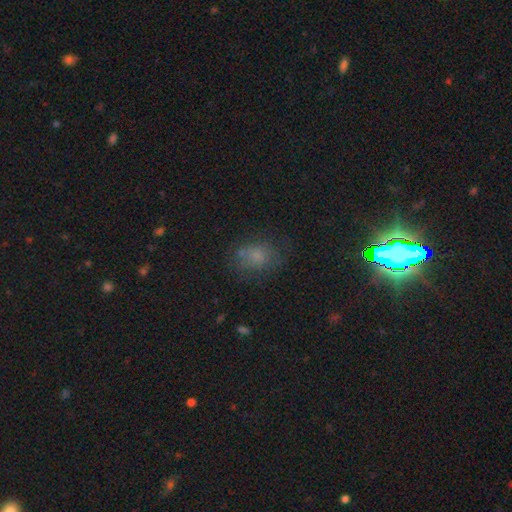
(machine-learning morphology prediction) Smooth or featured: smooth — 66% (star or artifact — 21%)
How rounded: in between — 52% (round — 47%)
Merging: none — 65% (minor disturbance — 20%)